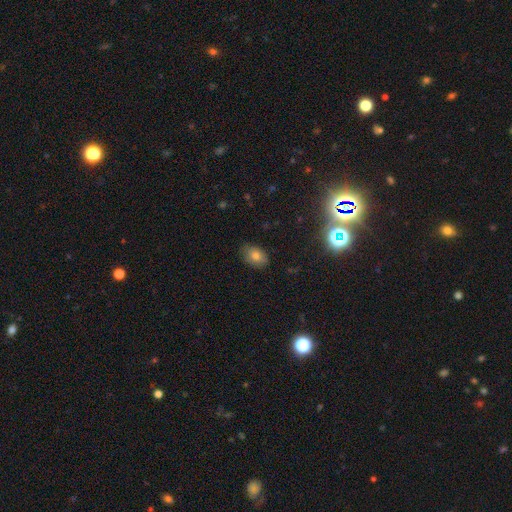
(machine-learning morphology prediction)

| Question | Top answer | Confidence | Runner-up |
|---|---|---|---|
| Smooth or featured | smooth | 78% | star or artifact (13%) |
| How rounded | in between | 75% | round (24%) |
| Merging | none | 79% | minor disturbance (16%) |